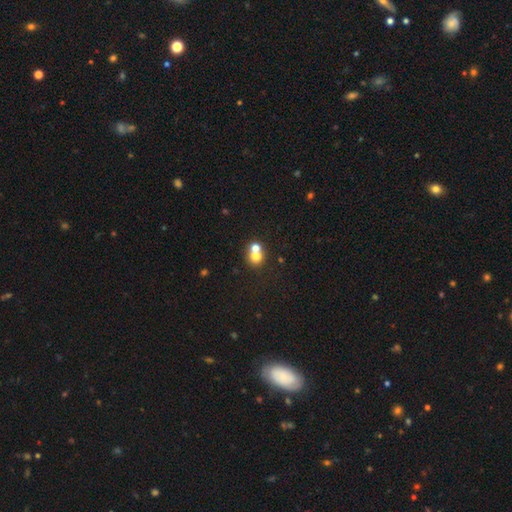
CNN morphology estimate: A smooth galaxy with no disk features (70%) that is round (82%). Merging: merger (51%).